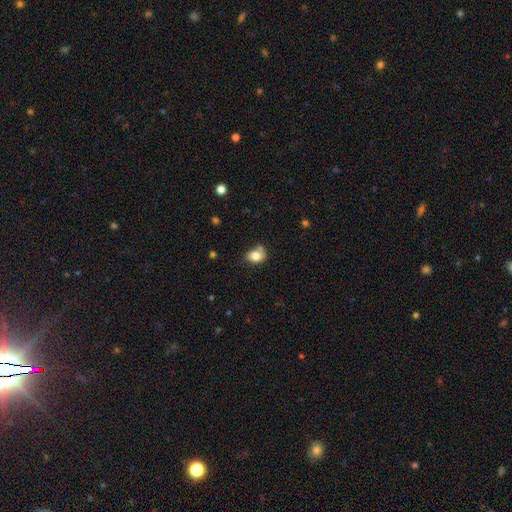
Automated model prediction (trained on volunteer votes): A smooth galaxy with no disk features (79%) that is in between round and cigar-shaped (55%).

Vote fractions:
- Smooth or featured? smooth: 79% / featured or disk: 11% / star or artifact: 10%
- How rounded? in between: 55% / round: 43% / cigar-shaped: 1%
- Merging? none: 51% / minor disturbance: 30% / merger: 10% / major disturbance: 9%